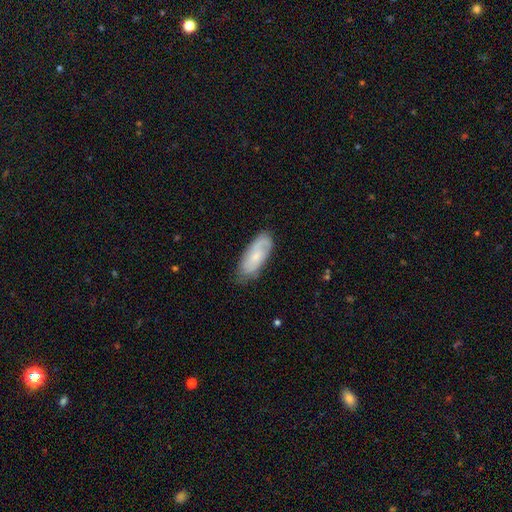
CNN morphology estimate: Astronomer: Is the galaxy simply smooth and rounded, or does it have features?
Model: smooth — 47%, tied with featured or disk at 47%.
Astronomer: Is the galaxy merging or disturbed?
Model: none — 72%.